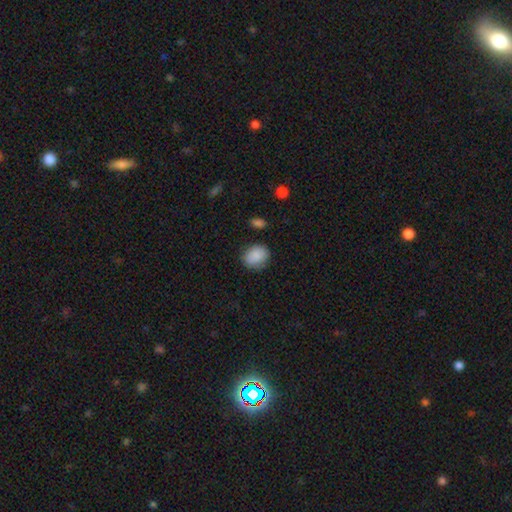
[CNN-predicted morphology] A smooth galaxy with no disk features (88%) that is round (52%).

Vote fractions:
- Smooth or featured? smooth: 88% / star or artifact: 7% / featured or disk: 4%
- How rounded? round: 52% / in between: 47% / cigar-shaped: 1%
- Merging? none: 81% / minor disturbance: 14% / major disturbance: 3% / merger: 2%